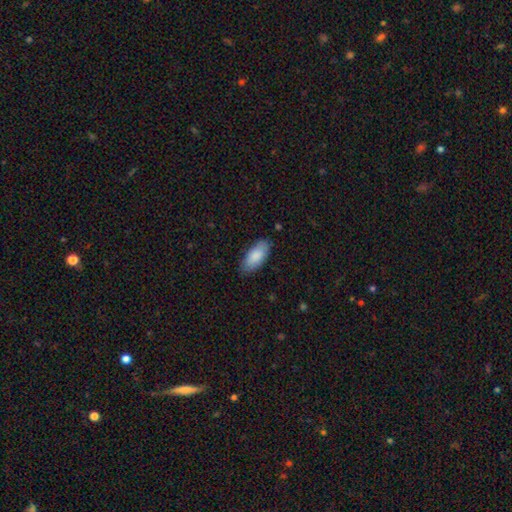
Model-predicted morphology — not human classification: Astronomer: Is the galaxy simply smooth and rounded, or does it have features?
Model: smooth — 86%.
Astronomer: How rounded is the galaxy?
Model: in between — 88%.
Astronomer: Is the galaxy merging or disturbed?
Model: none — 82%.